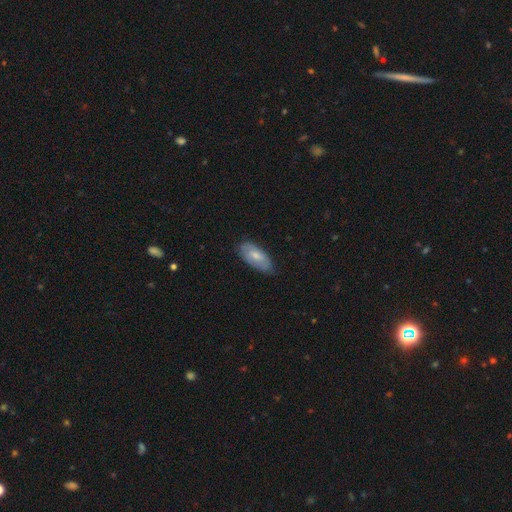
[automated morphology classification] Smooth or featured? Predicted: smooth (p=0.68). How rounded? Predicted: in between (p=0.89). Merging? Predicted: none (p=0.72).